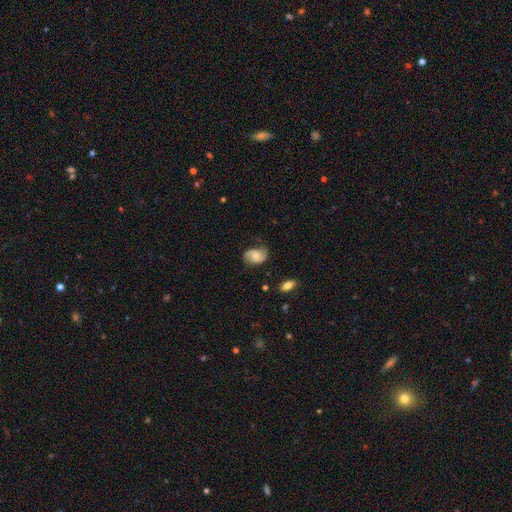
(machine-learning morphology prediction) Smooth or featured: featured or disk — 55% (smooth — 37%)
Edge-on disk: no — 97% (yes — 3%)
Bar: no — 64% (weak — 30%)
Spiral arms: yes — 90% (no — 10%)
Bulge size: moderate — 43% (small — 39%)
Merging: none — 66% (minor disturbance — 24%)